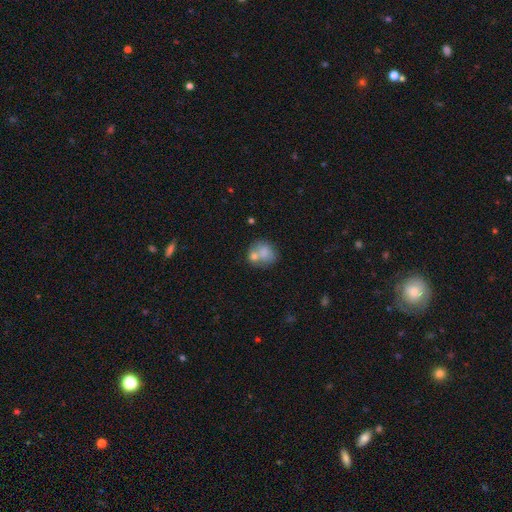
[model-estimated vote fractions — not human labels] Smooth or featured? Predicted: smooth (p=0.68). How rounded? Predicted: round (p=0.71). Merging? Predicted: none (p=0.47).